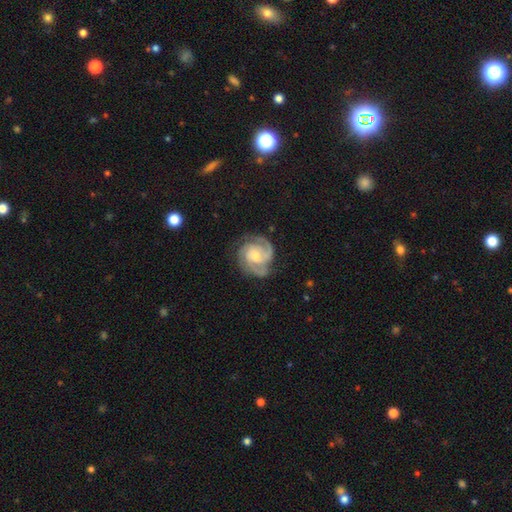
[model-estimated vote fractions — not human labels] smooth-or-featured: featured or disk: 89% | smooth: 7% | star or artifact: 4%
  disk-edge-on: no: 98% | yes: 2%
    bar: no: 66% | weak: 28% | strong: 6%
    has-spiral-arms: yes: 98% | no: 2%
      spiral-winding: tight: 61% | medium: 33% | loose: 5%
      spiral-arm-count: 3: 40% | 2: 38% | can't tell: 10% | 4: 5% | 1: 4% | more than 4: 4%
    bulge-size: moderate: 46% (tied) | small: 46% (tied) | large: 4% | none: 3% | dominant: 1%
  merging: none: 73% | minor disturbance: 18% | major disturbance: 8% | merger: 1%